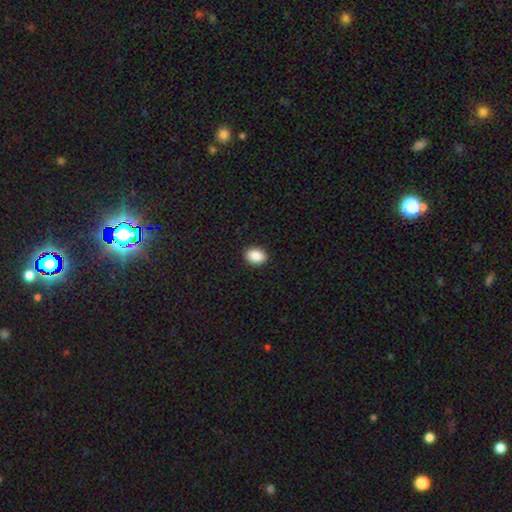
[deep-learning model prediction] A smooth galaxy with no disk features (89%) that is in between round and cigar-shaped (72%).

Vote fractions:
- Smooth or featured? smooth: 89% / star or artifact: 8% / featured or disk: 3%
- How rounded? in between: 72% / round: 27% / cigar-shaped: 1%
- Merging? none: 91% / minor disturbance: 6% / major disturbance: 2% / merger: 1%